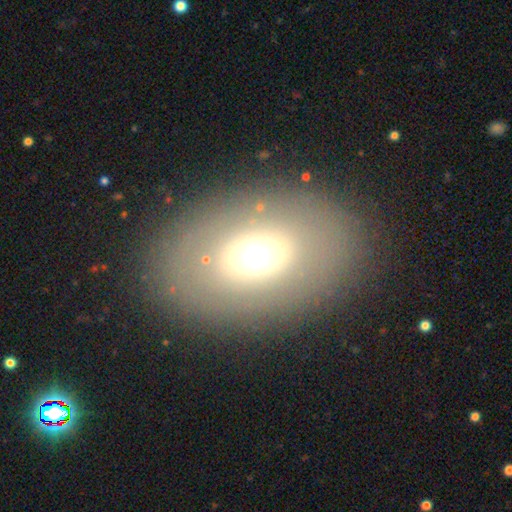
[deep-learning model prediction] Smooth or featured? Predicted: smooth (p=0.57). How rounded? Predicted: in between (p=0.80). Merging? Predicted: none (p=0.80).